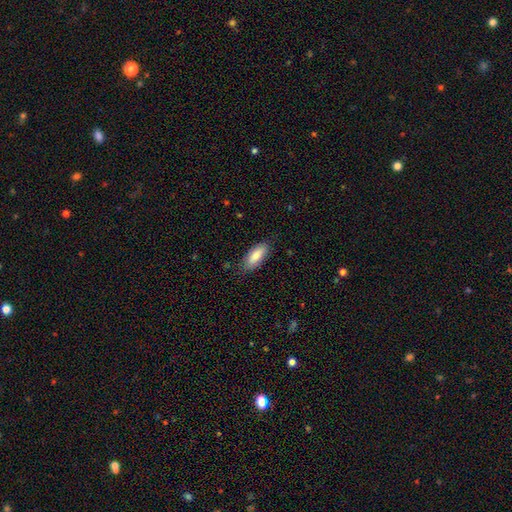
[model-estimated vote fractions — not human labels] This is likely a smooth galaxy (80%). How rounded: likely in between (78%). Merging: clearly none (82%).